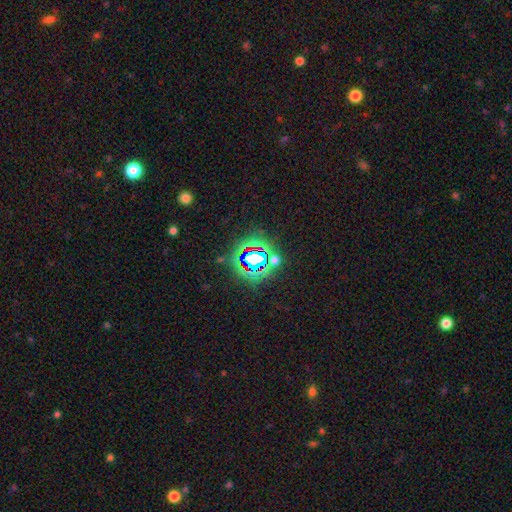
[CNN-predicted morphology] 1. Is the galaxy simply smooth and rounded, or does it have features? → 78% star or artifact, 13% smooth, 8% featured or disk.